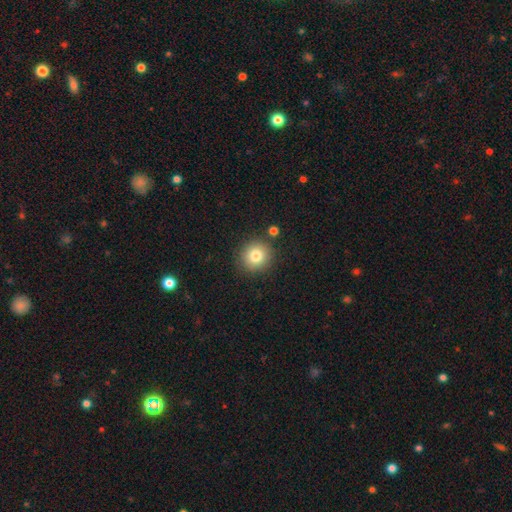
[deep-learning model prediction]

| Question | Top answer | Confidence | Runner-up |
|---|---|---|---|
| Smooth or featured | smooth | 80% | star or artifact (11%) |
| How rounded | round | 91% | in between (8%) |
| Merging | none | 86% | minor disturbance (8%) |